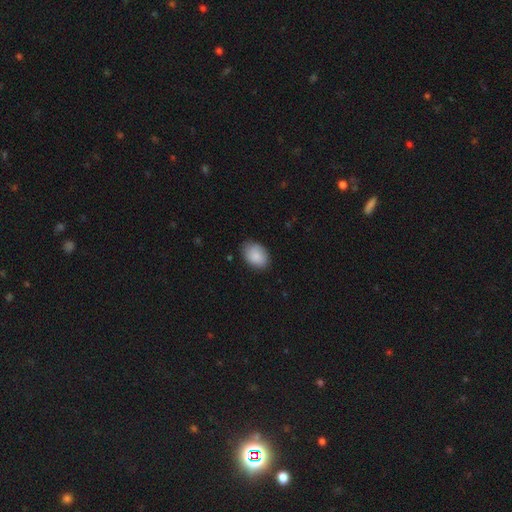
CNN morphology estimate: Overall: smooth (88%). How rounded: in between (81%). Merging: none (81%).